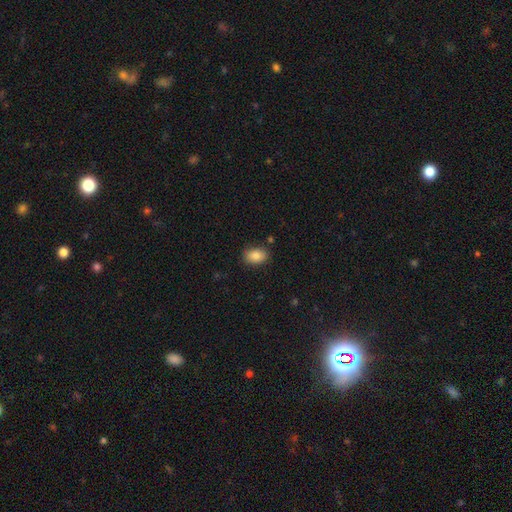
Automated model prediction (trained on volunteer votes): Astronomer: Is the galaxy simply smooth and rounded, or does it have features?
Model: smooth — 85%.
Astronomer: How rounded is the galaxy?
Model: in between — 81%.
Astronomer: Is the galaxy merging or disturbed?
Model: none — 85%.